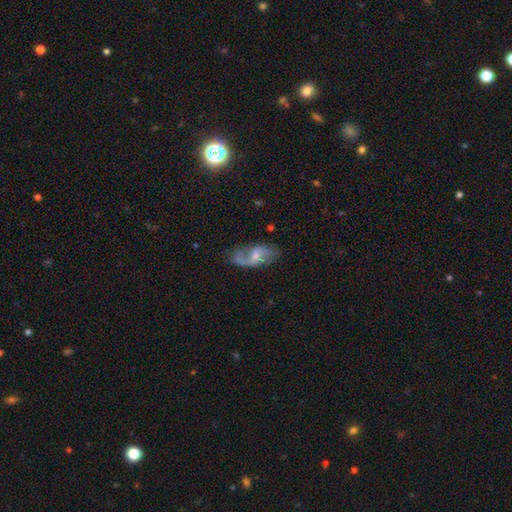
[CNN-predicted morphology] This appears to be a featured or disk galaxy (78%) with a weak bar (49%), 2 (84%) loose (57%) spiral arms (92%) and a small central bulge (45%). Merging: none (67%).